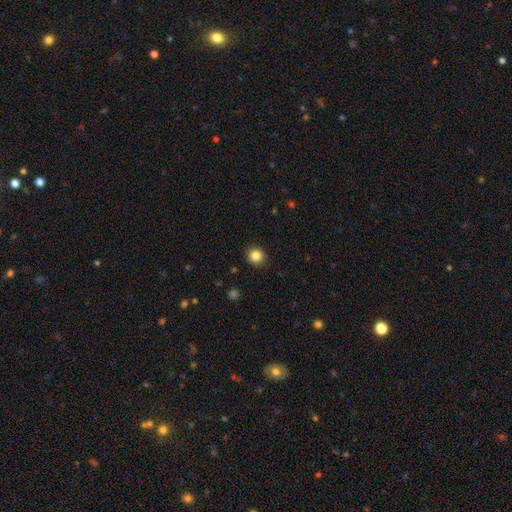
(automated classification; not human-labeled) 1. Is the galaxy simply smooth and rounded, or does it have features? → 84% smooth, 11% star or artifact, 4% featured or disk.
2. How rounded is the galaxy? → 91% round, 8% in between, 1% cigar-shaped.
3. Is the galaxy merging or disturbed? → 91% none, 6% minor disturbance, 2% major disturbance, 1% merger.